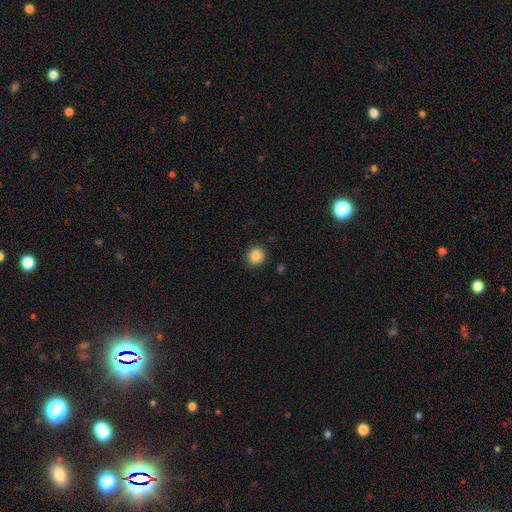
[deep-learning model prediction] Q: Smooth or featured?
A: smooth (86%); runner-up: star or artifact (10%)
Q: How rounded?
A: round (83%); runner-up: in between (16%)
Q: Merging?
A: none (89%); runner-up: minor disturbance (8%)